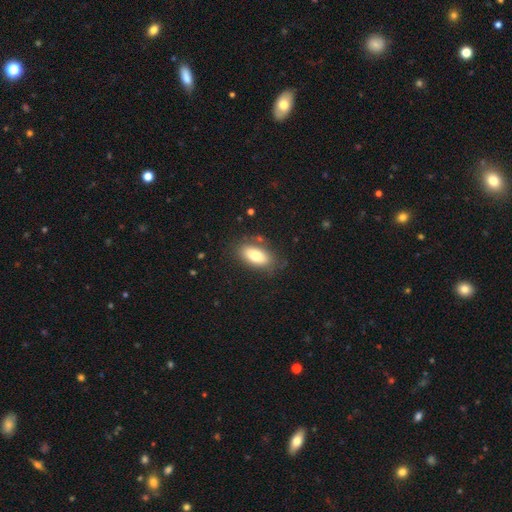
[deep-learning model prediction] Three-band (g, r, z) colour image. It shows a smooth galaxy with no disk features (72%) that is in between round and cigar-shaped (89%). Merging: none (78%).